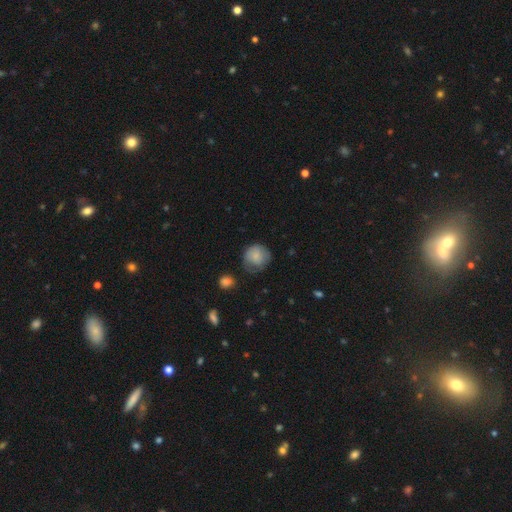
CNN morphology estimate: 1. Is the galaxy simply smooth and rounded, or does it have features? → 76% smooth, 16% featured or disk, 8% star or artifact.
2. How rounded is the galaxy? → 86% round, 13% in between, 1% cigar-shaped.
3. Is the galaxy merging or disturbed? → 54% none, 30% minor disturbance, 14% major disturbance, 2% merger.